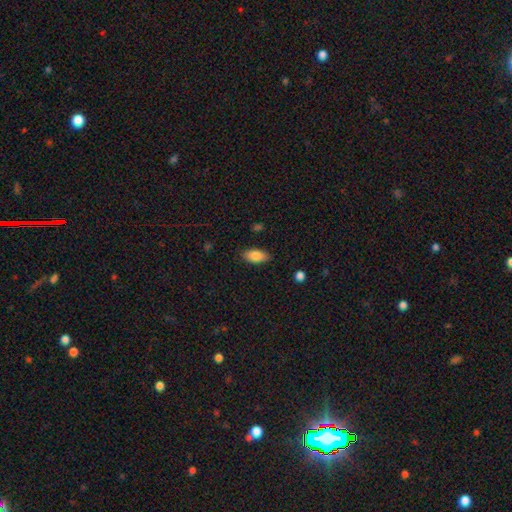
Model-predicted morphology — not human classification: smooth 84%, featured or disk 9%, star or artifact 7%. Down the decision tree: how rounded — in between (89%); merging — none (86%).